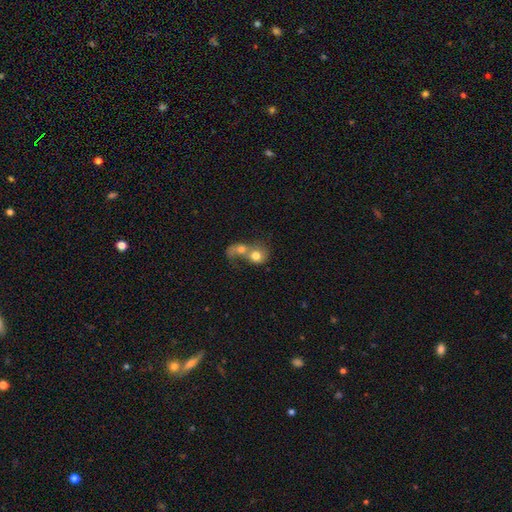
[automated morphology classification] This is likely a smooth galaxy (69%). How rounded: likely round (70%). Merging: likely merger (78%).